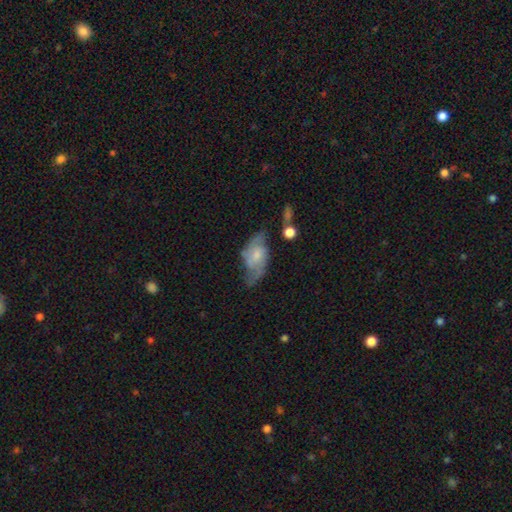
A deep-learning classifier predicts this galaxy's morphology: type=featured or disk (65%); edge-on=no (92%); bar=no (57%); spiral arms=yes (84%); winding=medium (43%); arm count=2 (80%); bulge=moderate (37%); merging=none (52%).